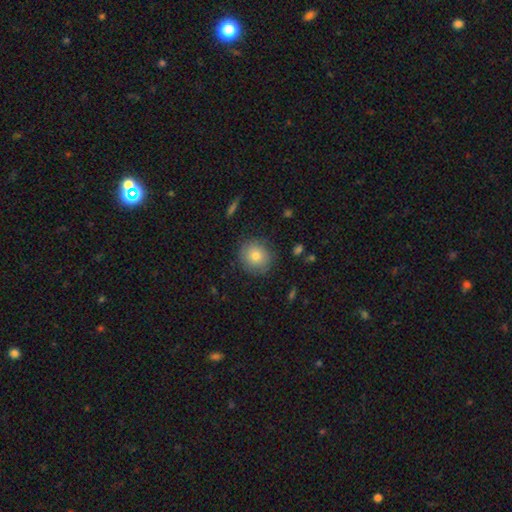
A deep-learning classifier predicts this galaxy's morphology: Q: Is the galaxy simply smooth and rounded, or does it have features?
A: smooth — 77%.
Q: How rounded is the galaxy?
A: round — 87%.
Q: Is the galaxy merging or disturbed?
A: none — 85%.